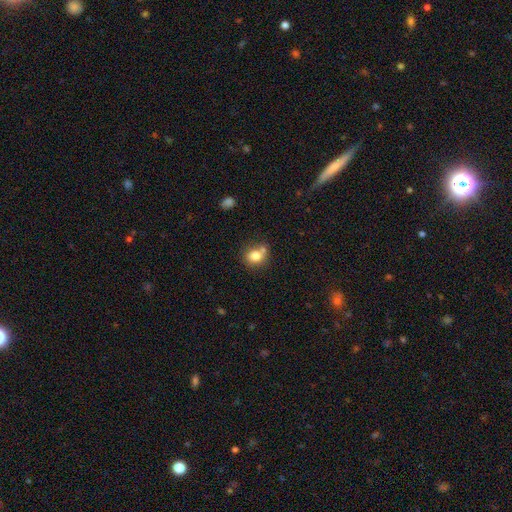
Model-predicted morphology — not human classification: Smooth or featured: smooth — 80% (star or artifact — 10%)
How rounded: round — 66% (in between — 33%)
Merging: none — 55% (merger — 25%)